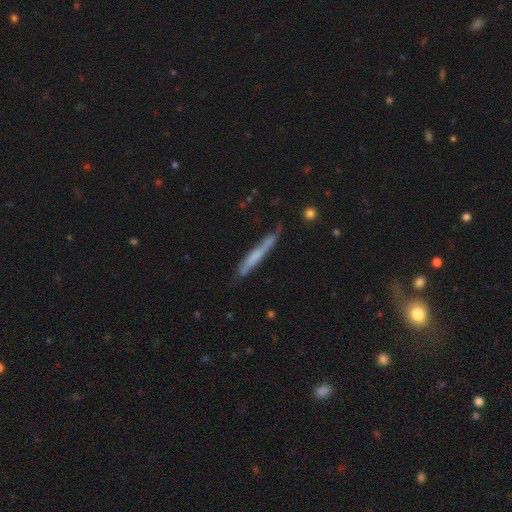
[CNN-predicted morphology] A smooth galaxy with no disk features (50%).

Vote fractions:
- Smooth or featured? smooth: 50% / featured or disk: 43% / star or artifact: 7%
- Merging? none: 69% / minor disturbance: 22% / major disturbance: 5% / merger: 3%